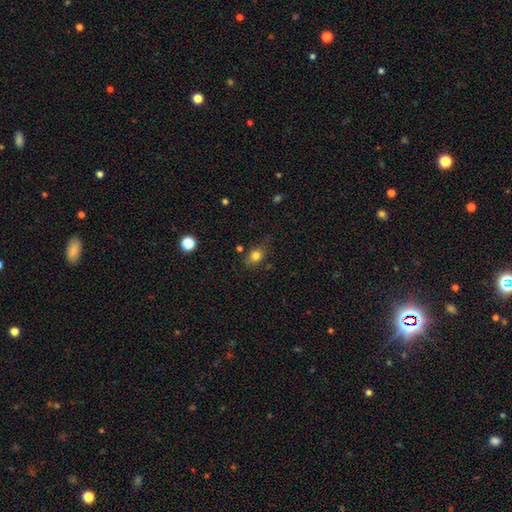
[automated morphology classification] smooth 80%, star or artifact 11%, featured or disk 9%. Down the decision tree: how rounded — in between (65%); merging — none (72%).